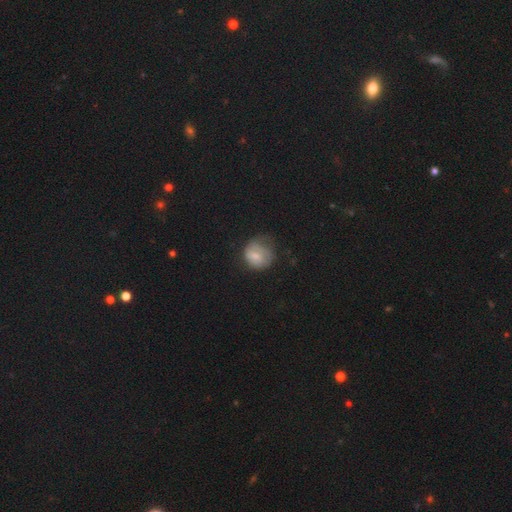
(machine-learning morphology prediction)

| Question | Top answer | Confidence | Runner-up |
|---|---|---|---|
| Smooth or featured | smooth | 66% | featured or disk (26%) |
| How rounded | round | 72% | in between (27%) |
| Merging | none | 39% | minor disturbance (32%) |